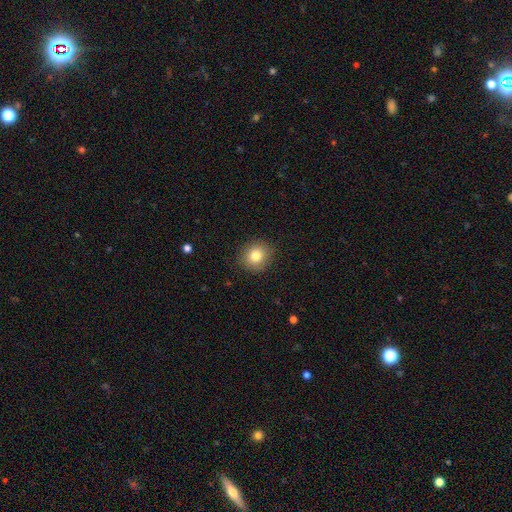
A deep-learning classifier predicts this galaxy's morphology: smooth 81%, star or artifact 10%, featured or disk 8%. Down the decision tree: how rounded — round (84%); merging — none (89%).